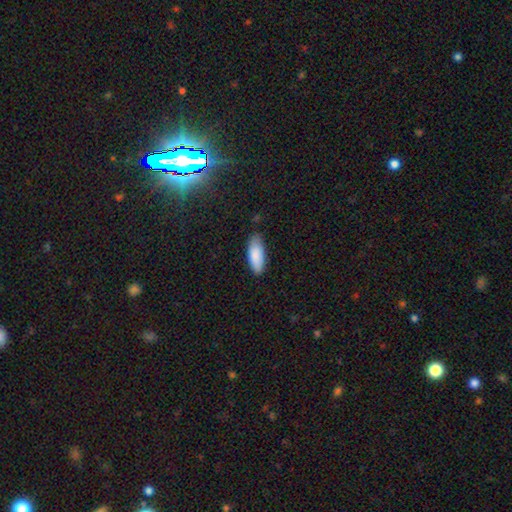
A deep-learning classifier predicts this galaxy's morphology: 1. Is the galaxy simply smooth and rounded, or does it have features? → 87% smooth, 7% featured or disk, 6% star or artifact.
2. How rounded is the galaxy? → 78% in between, 21% cigar-shaped, 2% round.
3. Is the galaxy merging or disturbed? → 78% none, 18% minor disturbance, 3% major disturbance, 1% merger.